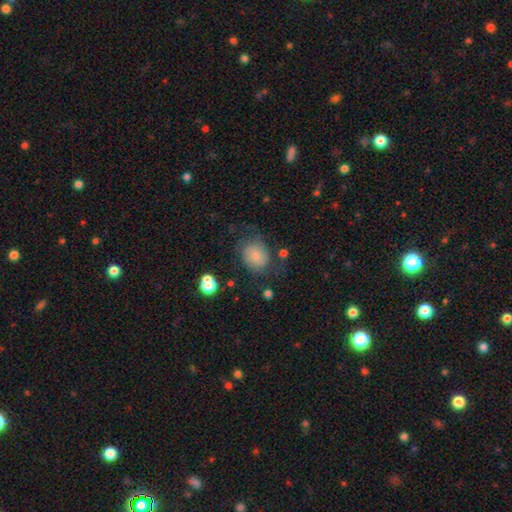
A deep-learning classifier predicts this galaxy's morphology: This appears to be a smooth galaxy with no disk features (73%) that is round (52%). Merging: none (62%).